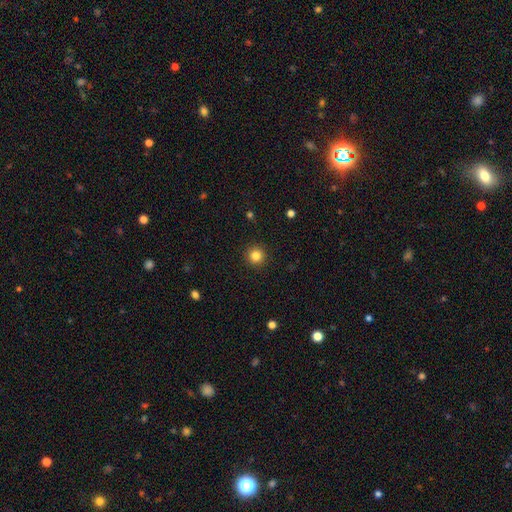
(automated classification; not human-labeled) Smooth or featured?
  - smooth: 83% *
  - star or artifact: 12%
  - featured or disk: 5%
How rounded?
  - round: 95% *
  - in between: 4%
  - cigar-shaped: 1%
Merging?
  - none: 92% *
  - minor disturbance: 5%
  - major disturbance: 2%
  - merger: 1%